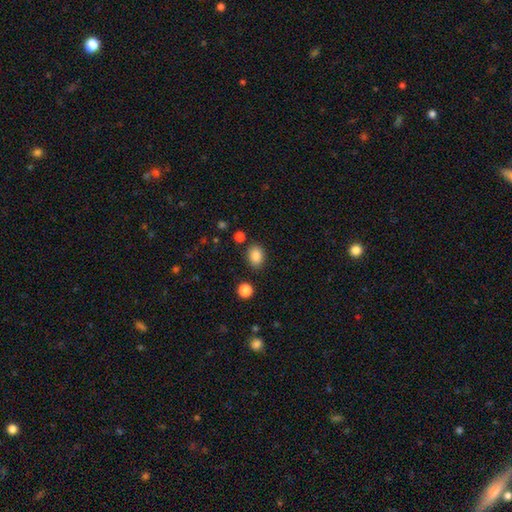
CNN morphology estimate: The model was most divided on "how rounded": in between: 67%, round: 32%, cigar-shaped: 1%. More confident: smooth or featured — smooth (86%); merging — none (84%).